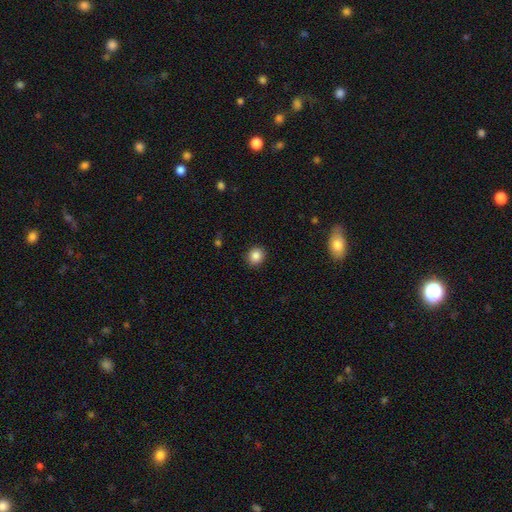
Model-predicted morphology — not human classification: smooth 86%, star or artifact 10%, featured or disk 4%. Down the decision tree: how rounded — round (85%); merging — none (91%).